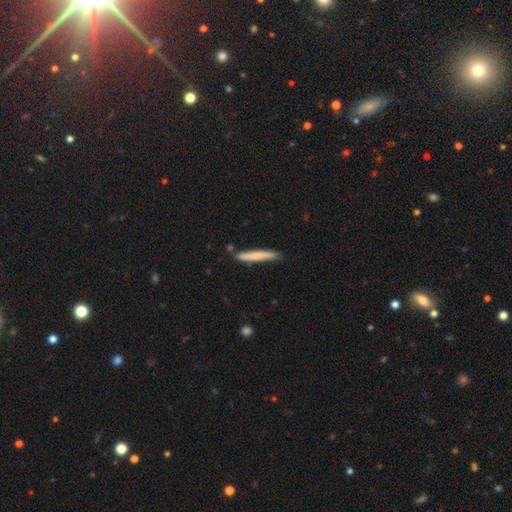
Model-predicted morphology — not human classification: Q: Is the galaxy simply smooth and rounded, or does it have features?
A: smooth — 68%.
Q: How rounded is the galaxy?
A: cigar-shaped — 95%.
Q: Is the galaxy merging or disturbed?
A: none — 80%.